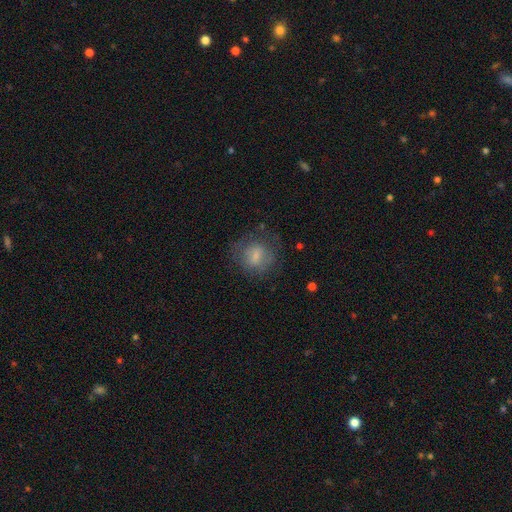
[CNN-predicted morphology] This appears to be a smooth galaxy with no disk features (65%) that is round (73%). Merging: none (64%).